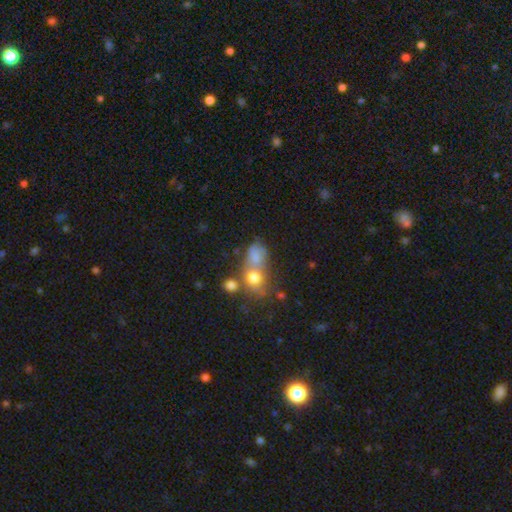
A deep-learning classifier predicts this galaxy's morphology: type=smooth (67%); roundness=in between (54%); merging=merger (55%).